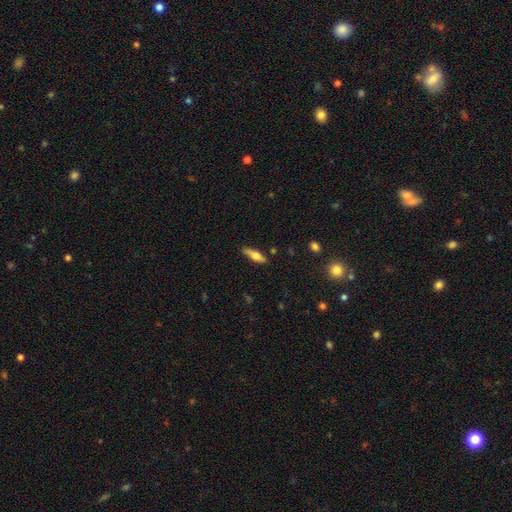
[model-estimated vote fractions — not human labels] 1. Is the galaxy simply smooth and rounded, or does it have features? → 51% smooth, 43% featured or disk, 6% star or artifact.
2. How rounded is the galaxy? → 59% cigar-shaped, 38% in between, 3% round.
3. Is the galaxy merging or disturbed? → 82% none, 13% minor disturbance, 3% major disturbance, 2% merger.